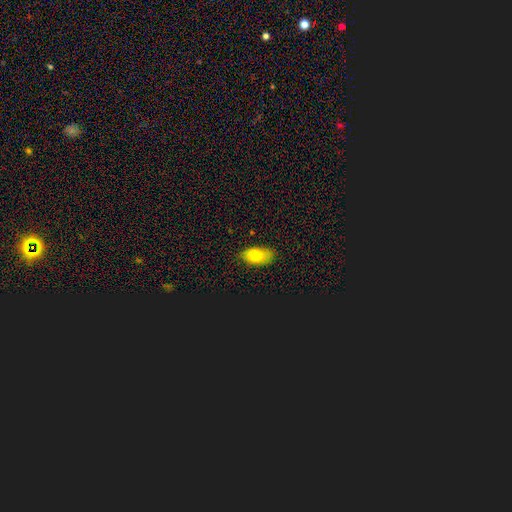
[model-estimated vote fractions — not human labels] Q: Smooth or featured?
A: smooth (76%); runner-up: featured or disk (12%)
Q: How rounded?
A: in between (91%); runner-up: round (6%)
Q: Merging?
A: none (78%); runner-up: minor disturbance (18%)